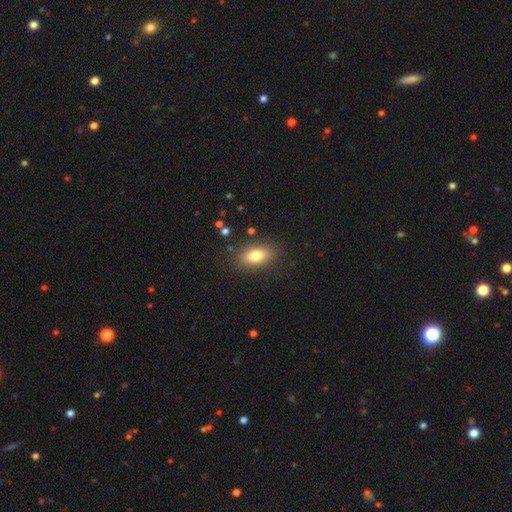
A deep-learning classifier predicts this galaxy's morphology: A smooth galaxy with no disk features (80%) that is in between round and cigar-shaped (86%).

Vote fractions:
- Smooth or featured? smooth: 80% / featured or disk: 11% / star or artifact: 9%
- How rounded? in between: 86% / round: 10% / cigar-shaped: 4%
- Merging? none: 85% / minor disturbance: 10% / major disturbance: 3% / merger: 2%